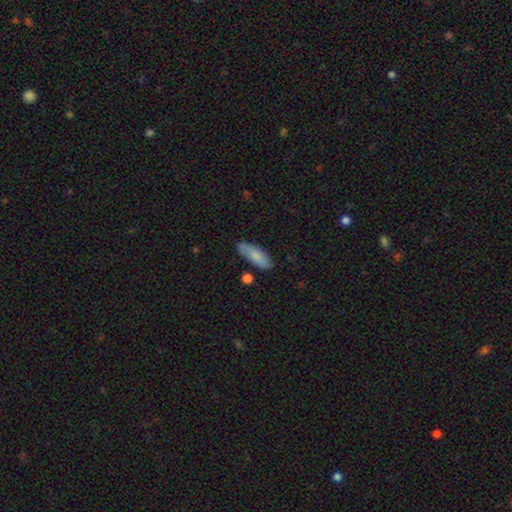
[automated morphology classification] type=smooth (76%); roundness=in between (67%); merging=none (77%).